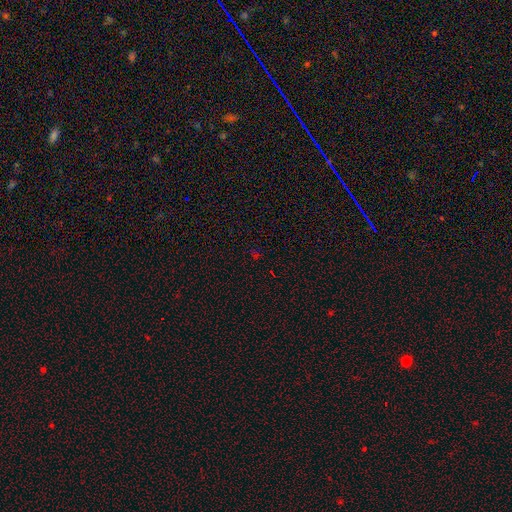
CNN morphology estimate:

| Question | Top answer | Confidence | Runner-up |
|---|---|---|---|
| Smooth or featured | star or artifact | 64% | smooth (28%) |